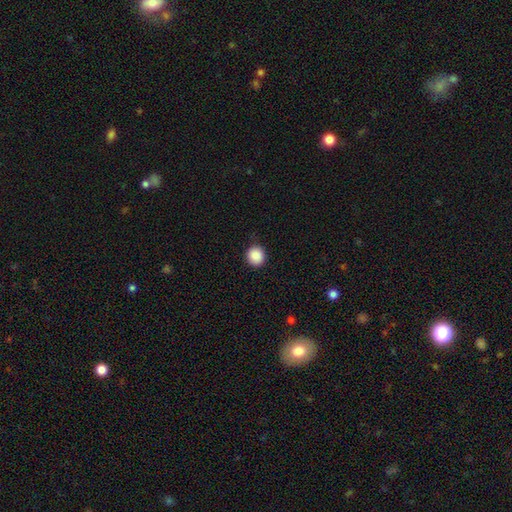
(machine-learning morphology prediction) The model was most divided on "merging": none: 87%, minor disturbance: 9%, major disturbance: 2%, merger: 1%. More confident: how rounded — round (89%); smooth or featured — smooth (89%).